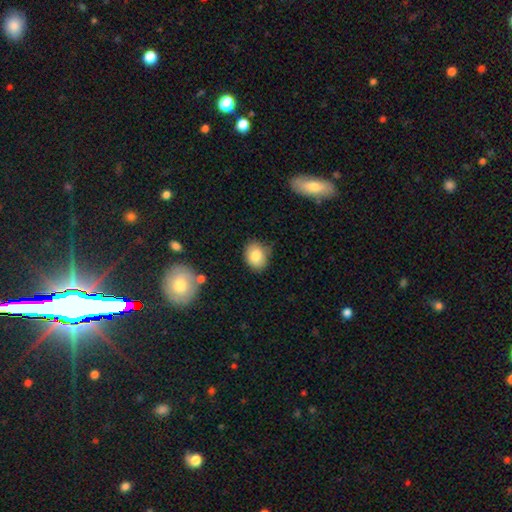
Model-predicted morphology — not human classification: A smooth galaxy with no disk features (82%) that is round (53%). Merging: none (78%).